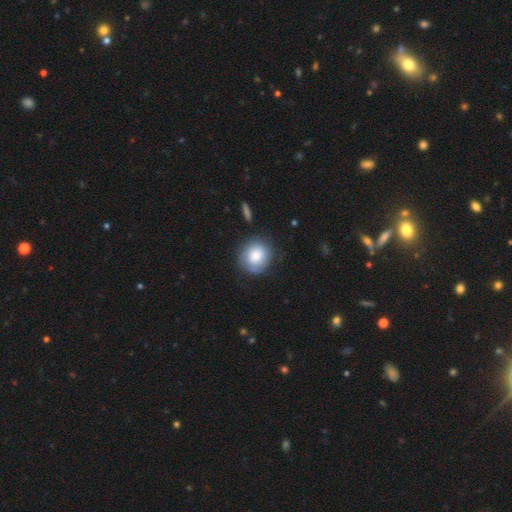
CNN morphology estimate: A smooth galaxy with no disk features (72%) that is round (82%). Merging: none (72%).